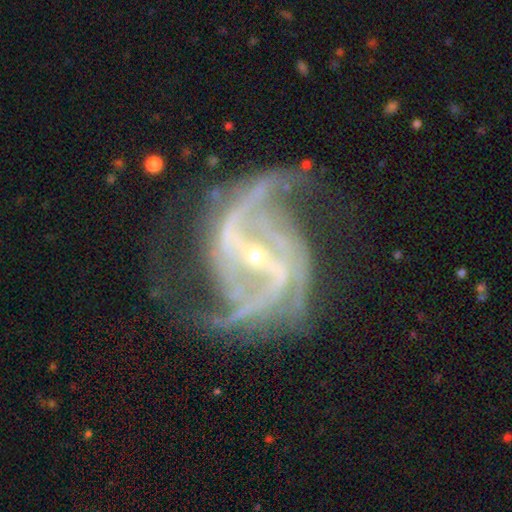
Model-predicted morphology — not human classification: A featured or disk galaxy (92%) with a strong bar (62%), 2 (62%) medium (50%) spiral arms (98%) and a small central bulge (82%).

Vote fractions:
- Smooth or featured? featured or disk: 92% / star or artifact: 6% / smooth: 2%
- Edge-on disk? no: 98% / yes: 2%
- Bar? strong: 62% / weak: 27% / no: 11%
- Spiral arms? yes: 98% / no: 2%
- Spiral winding? medium: 50% / loose: 36% / tight: 14%
- Spiral arm count? 2: 62% / 3: 15% / can't tell: 7% / 4: 7% / more than 4: 5% / 1: 5%
- Bulge size? small: 82% / moderate: 14% / none: 1% / large: 1% / dominant: 1%
- Merging? none: 61% / minor disturbance: 19% / major disturbance: 17% / merger: 2%